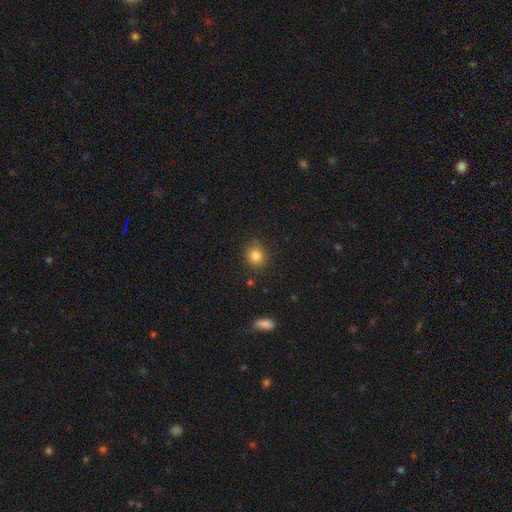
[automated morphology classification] Q: Smooth or featured?
A: smooth (85%); runner-up: star or artifact (11%)
Q: How rounded?
A: round (80%); runner-up: in between (19%)
Q: Merging?
A: none (84%); runner-up: minor disturbance (11%)